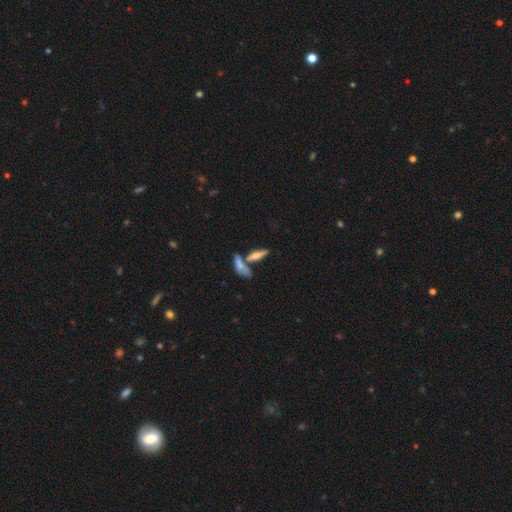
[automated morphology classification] Smooth or featured? smooth (49%)
Merging? none (53%)